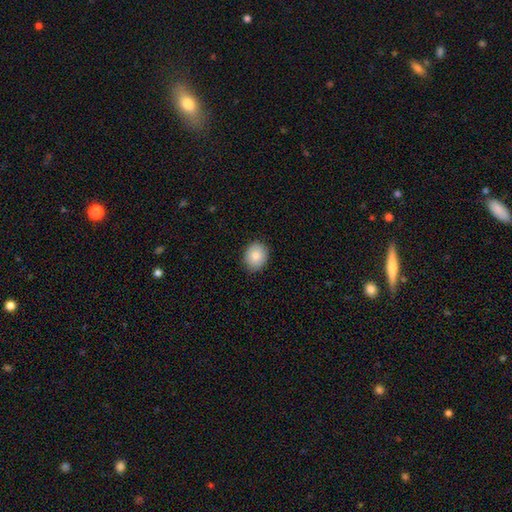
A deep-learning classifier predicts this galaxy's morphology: smooth_or_featured: smooth (p=0.84) [alt: featured or disk p=0.09]
how_rounded: round (p=0.60) [alt: in between p=0.39]
merging: none (p=0.87) [alt: minor disturbance p=0.10]